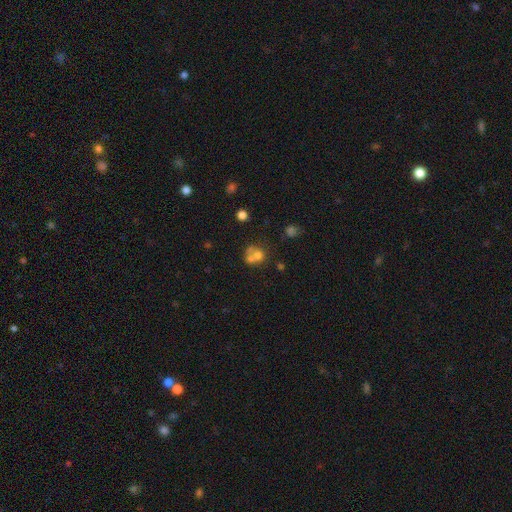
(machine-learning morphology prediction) Q: Smooth or featured?
A: smooth (61%); runner-up: featured or disk (24%)
Q: How rounded?
A: round (73%); runner-up: in between (26%)
Q: Merging?
A: merger (54%); runner-up: none (31%)